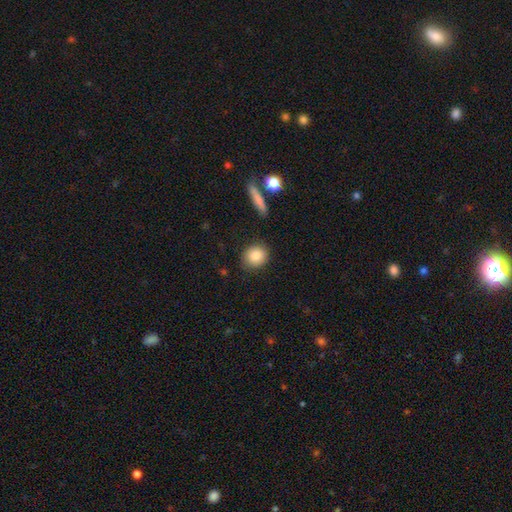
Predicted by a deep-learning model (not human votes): Smooth or featured? Predicted: smooth (p=0.85). How rounded? Predicted: round (p=0.80). Merging? Predicted: none (p=0.87).